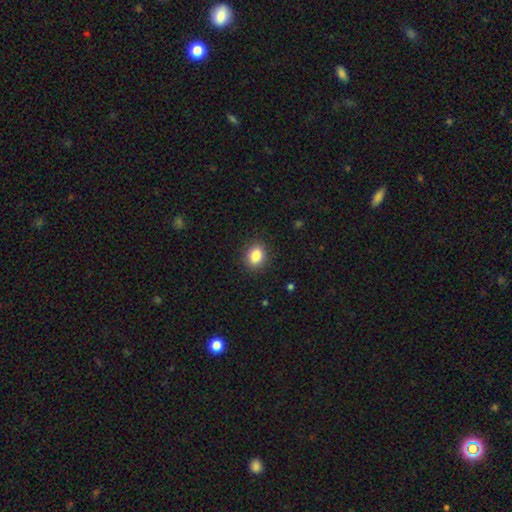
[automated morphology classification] A smooth galaxy with no disk features (86%) that is in between round and cigar-shaped (50%). Merging: none (89%).